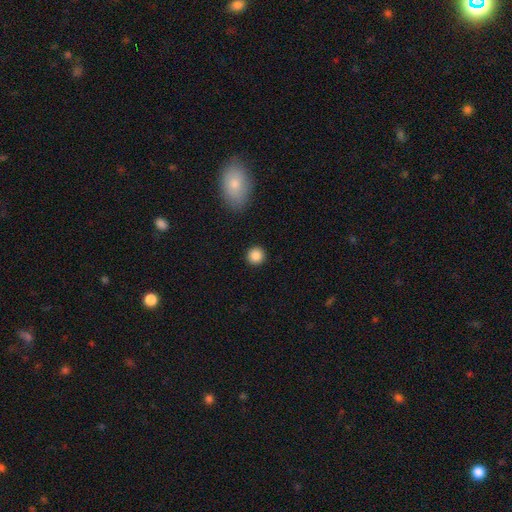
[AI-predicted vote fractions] smooth 86%, star or artifact 10%, featured or disk 4%. Down the decision tree: how rounded — round (94%); merging — none (92%).